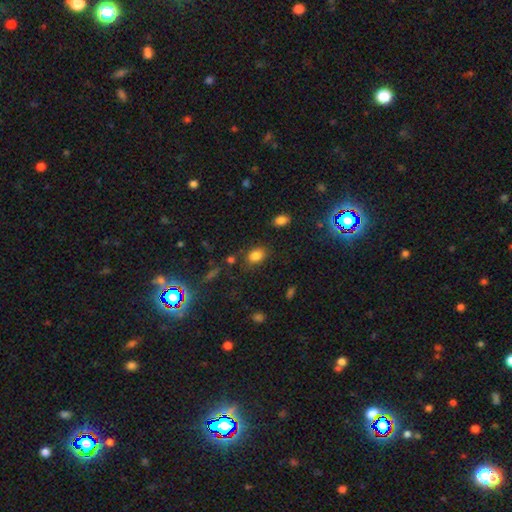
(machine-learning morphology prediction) Smooth or featured: smooth — 81% (star or artifact — 12%)
How rounded: in between — 70% (round — 29%)
Merging: none — 75% (minor disturbance — 15%)